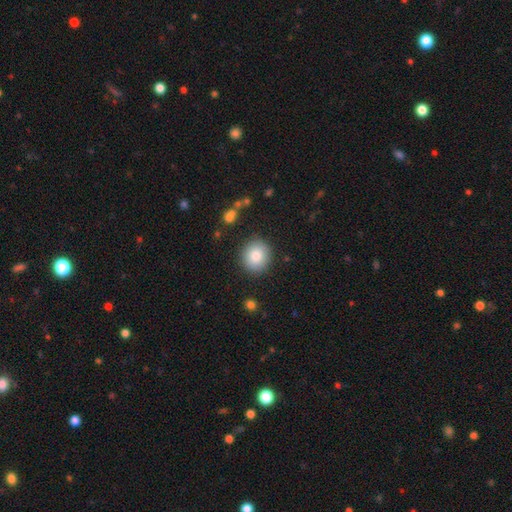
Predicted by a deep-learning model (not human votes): smooth 83%, featured or disk 9%, star or artifact 8%. Down the decision tree: how rounded — round (87%); merging — none (88%).